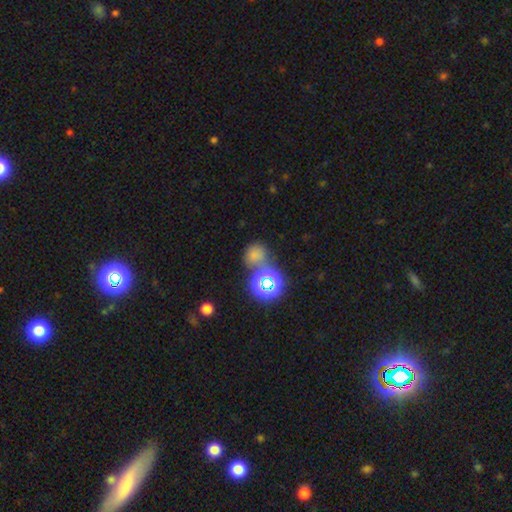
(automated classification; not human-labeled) Smooth or featured? Predicted: smooth (p=0.64). How rounded? Predicted: round (p=0.82). Merging? Predicted: none (p=0.54).